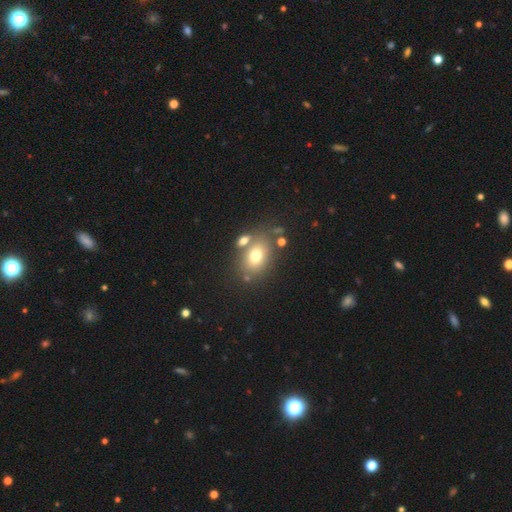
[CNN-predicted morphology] Smooth or featured?
  - smooth: 72% *
  - featured or disk: 16%
  - star or artifact: 12%
How rounded?
  - in between: 70% *
  - round: 29%
  - cigar-shaped: 2%
Merging?
  - none: 64% *
  - merger: 19%
  - minor disturbance: 12%
  - major disturbance: 5%